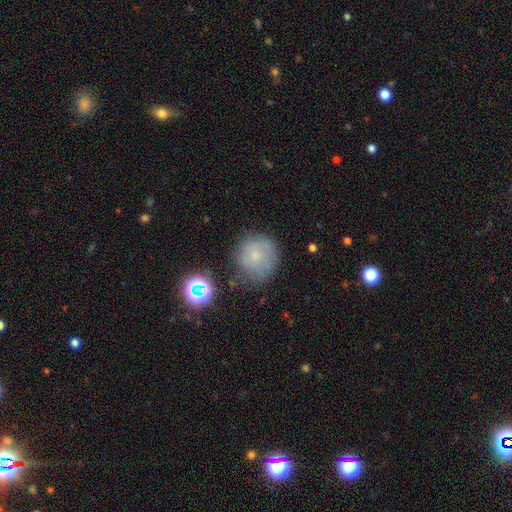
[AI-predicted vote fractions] A smooth galaxy with no disk features (58%) that is round (88%).

Vote fractions:
- Smooth or featured? smooth: 58% / featured or disk: 26% / star or artifact: 16%
- How rounded? round: 88% / in between: 11% / cigar-shaped: 1%
- Merging? none: 61% / minor disturbance: 25% / major disturbance: 10% / merger: 4%